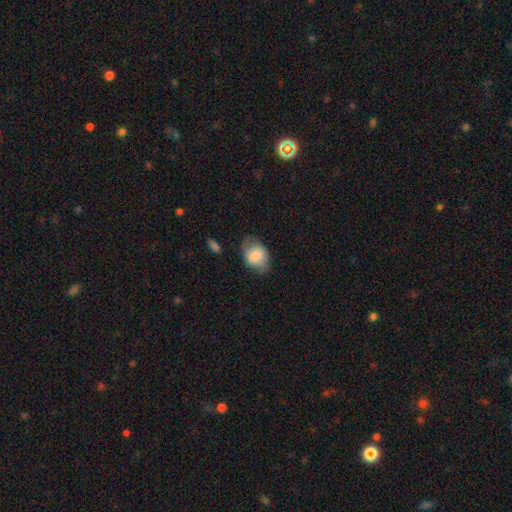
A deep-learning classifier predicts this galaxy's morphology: A smooth galaxy with no disk features (73%) that is in between round and cigar-shaped (72%).

Vote fractions:
- Smooth or featured? smooth: 73% / featured or disk: 19% / star or artifact: 7%
- How rounded? in between: 72% / round: 27% / cigar-shaped: 1%
- Merging? none: 63% / minor disturbance: 26% / major disturbance: 9% / merger: 2%